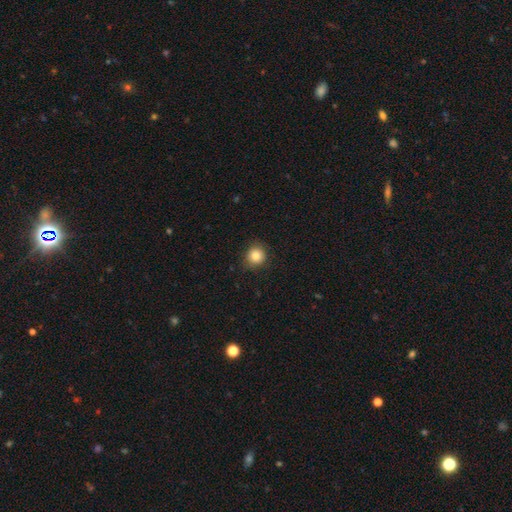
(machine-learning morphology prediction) A smooth galaxy with no disk features (85%) that is round (90%).

Vote fractions:
- Smooth or featured? smooth: 85% / star or artifact: 10% / featured or disk: 5%
- How rounded? round: 90% / in between: 10% / cigar-shaped: 1%
- Merging? none: 85% / minor disturbance: 11% / major disturbance: 3% / merger: 1%